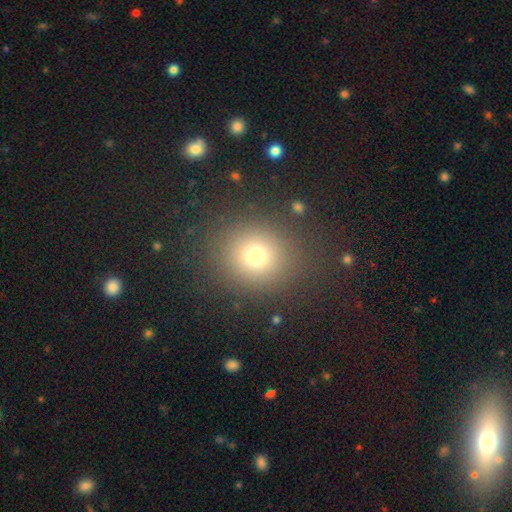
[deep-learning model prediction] Smooth or featured: smooth — 73% (star or artifact — 18%)
How rounded: round — 86% (in between — 13%)
Merging: none — 87% (minor disturbance — 7%)